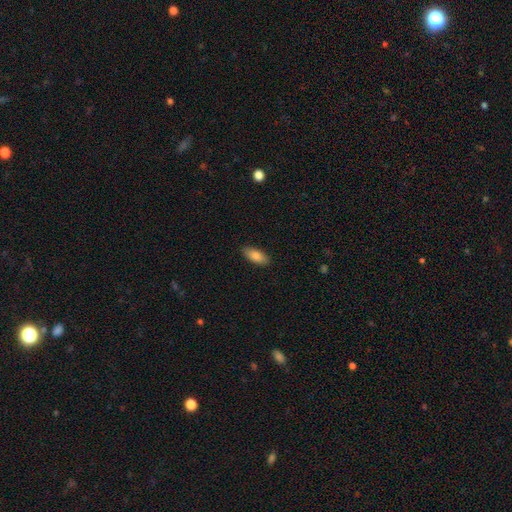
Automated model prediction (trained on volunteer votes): Smooth or featured?
  - smooth: 85% *
  - featured or disk: 9%
  - star or artifact: 6%
How rounded?
  - in between: 87% *
  - cigar-shaped: 11%
  - round: 2%
Merging?
  - none: 88% *
  - minor disturbance: 9%
  - major disturbance: 2%
  - merger: 1%